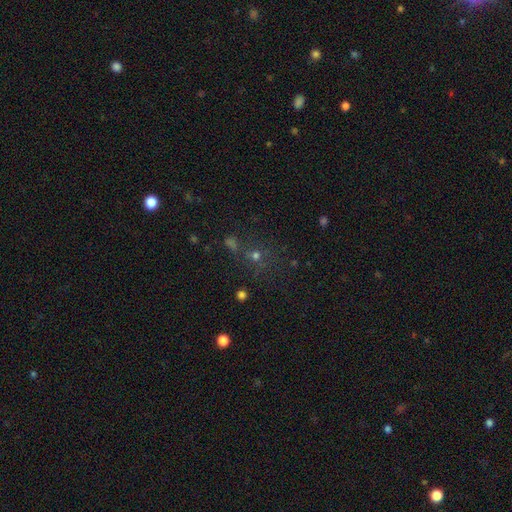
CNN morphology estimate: smooth-or-featured: star or artifact: 45% | smooth: 44% | featured or disk: 12%